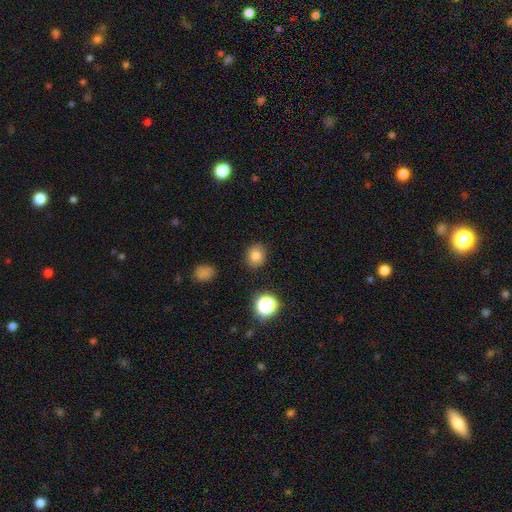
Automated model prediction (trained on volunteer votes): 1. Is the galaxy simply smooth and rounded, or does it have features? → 80% smooth, 13% star or artifact, 7% featured or disk.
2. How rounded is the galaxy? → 67% round, 32% in between, 1% cigar-shaped.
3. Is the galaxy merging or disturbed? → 88% none, 8% minor disturbance, 2% major disturbance, 2% merger.